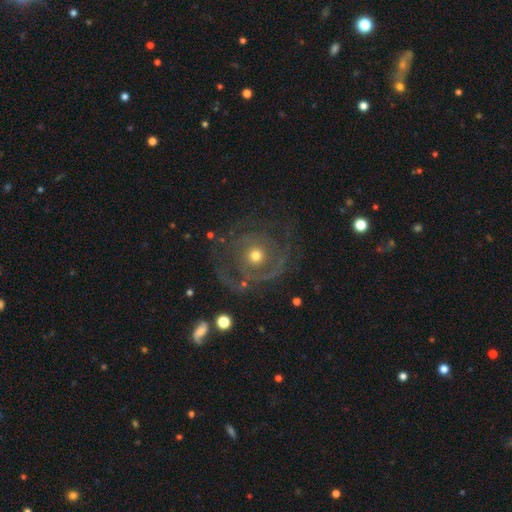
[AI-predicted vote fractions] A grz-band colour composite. It shows a featured or disk galaxy (76%) with no bar (85%), 2 (37%) tight (51%) spiral arms (80%) and a moderate central bulge (55%). Merging: none (64%).